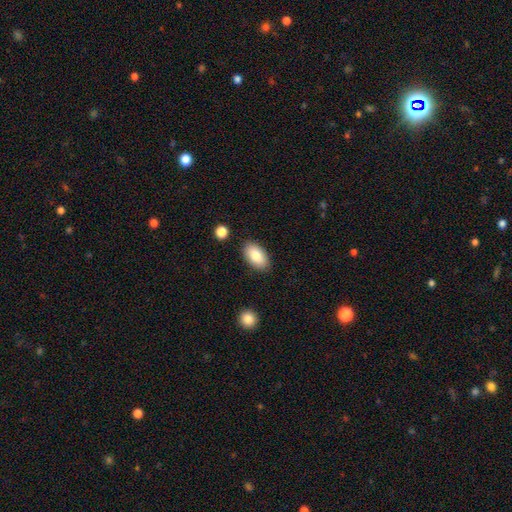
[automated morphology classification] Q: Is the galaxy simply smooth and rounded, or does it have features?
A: smooth — 84%.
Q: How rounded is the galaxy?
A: in between — 94%.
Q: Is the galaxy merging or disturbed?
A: none — 87%.